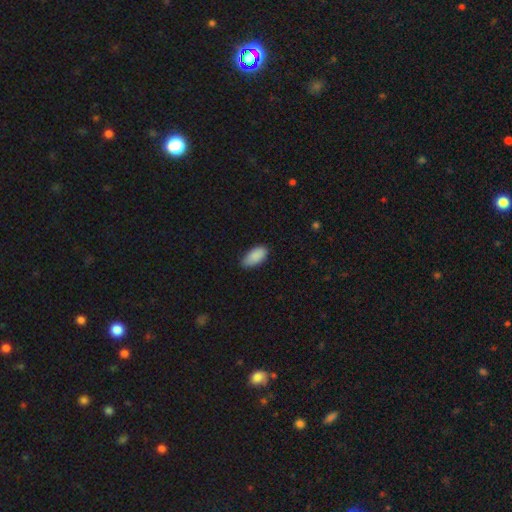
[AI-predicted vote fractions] A smooth galaxy with no disk features (89%) that is in between round and cigar-shaped (93%).

Vote fractions:
- Smooth or featured? smooth: 89% / star or artifact: 6% / featured or disk: 4%
- How rounded? in between: 93% / cigar-shaped: 4% / round: 2%
- Merging? none: 75% / minor disturbance: 21% / major disturbance: 3% / merger: 1%